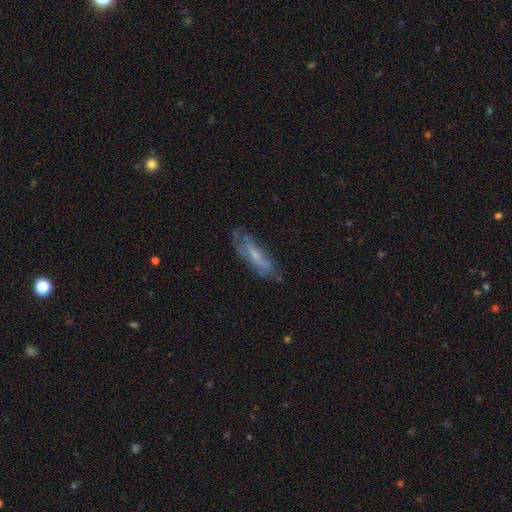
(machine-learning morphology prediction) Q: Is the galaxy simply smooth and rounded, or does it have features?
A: featured or disk — 53%.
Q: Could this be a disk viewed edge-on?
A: no — 65%.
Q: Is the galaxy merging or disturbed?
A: none — 61%.